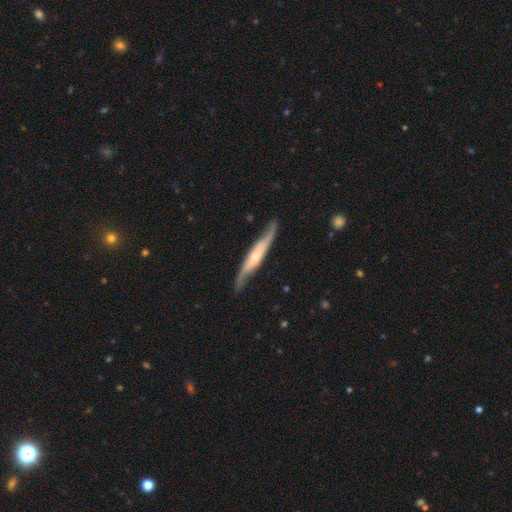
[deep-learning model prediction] Smooth or featured? featured or disk (73%)
Edge-on disk? yes (64%)
Merging? none (77%)